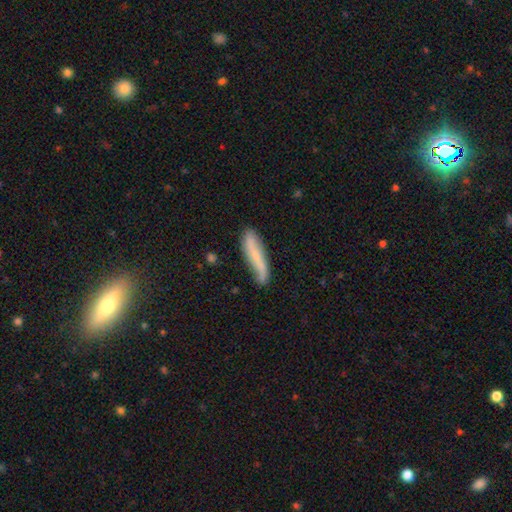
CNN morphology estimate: This is possibly a featured or disk galaxy (48%). Merging: likely none (66%).